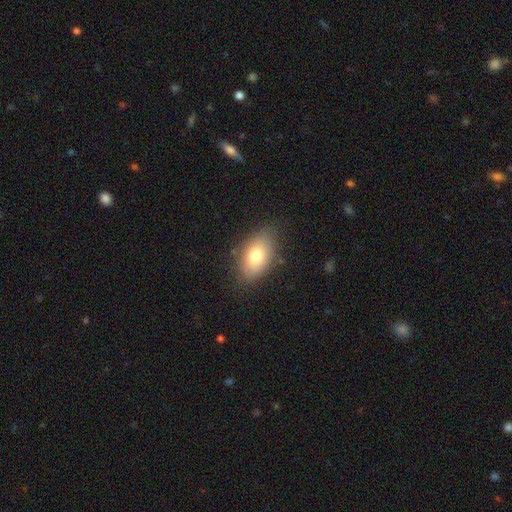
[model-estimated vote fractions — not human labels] Smooth or featured?
  - smooth: 76% *
  - featured or disk: 16%
  - star or artifact: 8%
How rounded?
  - in between: 90% *
  - round: 7%
  - cigar-shaped: 2%
Merging?
  - none: 79% *
  - minor disturbance: 16%
  - major disturbance: 4%
  - merger: 1%